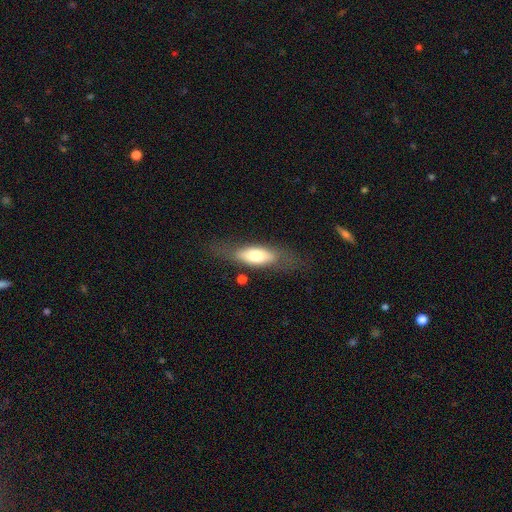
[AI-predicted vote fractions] Smooth or featured? Predicted: smooth (p=0.63). How rounded? Predicted: in between (p=0.63). Merging? Predicted: none (p=0.69).